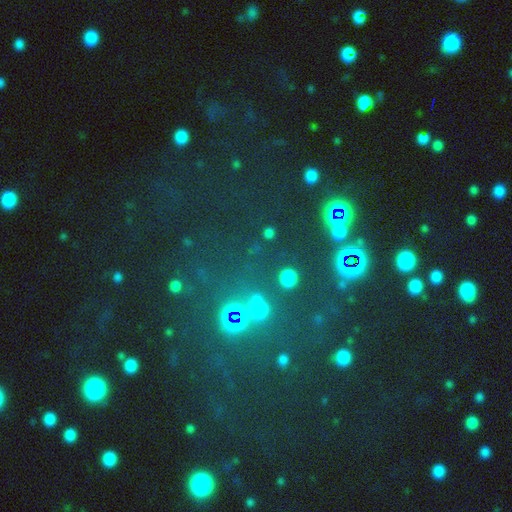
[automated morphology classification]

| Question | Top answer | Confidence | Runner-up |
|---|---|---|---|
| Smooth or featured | star or artifact | 58% | smooth (28%) |